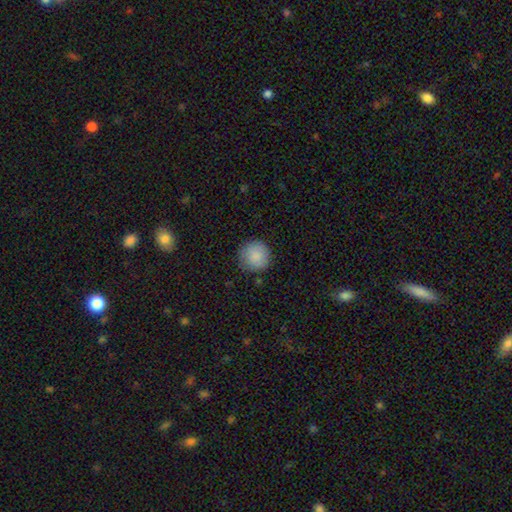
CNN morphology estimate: Q: Smooth or featured?
A: smooth (87%); runner-up: star or artifact (7%)
Q: How rounded?
A: round (94%); runner-up: in between (5%)
Q: Merging?
A: none (82%); runner-up: minor disturbance (13%)